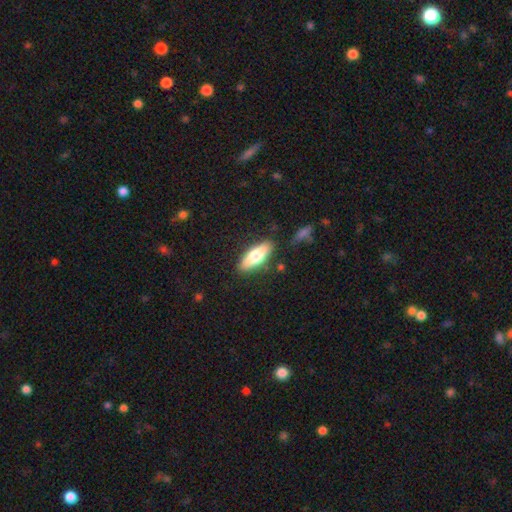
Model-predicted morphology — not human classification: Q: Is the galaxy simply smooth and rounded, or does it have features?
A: smooth — 65%.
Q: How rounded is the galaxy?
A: in between — 58%.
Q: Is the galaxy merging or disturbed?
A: none — 84%.